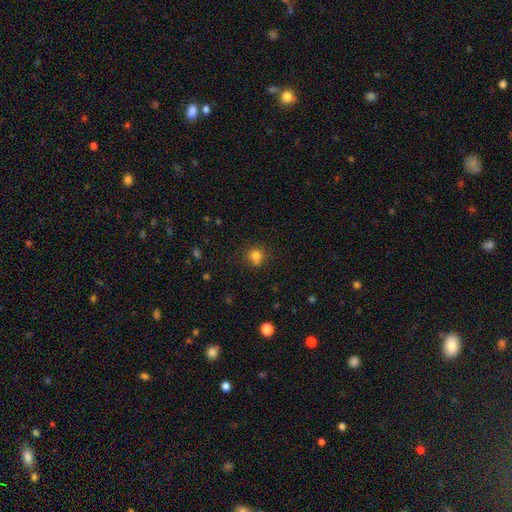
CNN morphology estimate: smooth_or_featured: smooth (p=0.79) [alt: star or artifact p=0.14]
how_rounded: round (p=0.84) [alt: in between p=0.15]
merging: none (p=0.70) [alt: minor disturbance p=0.17]